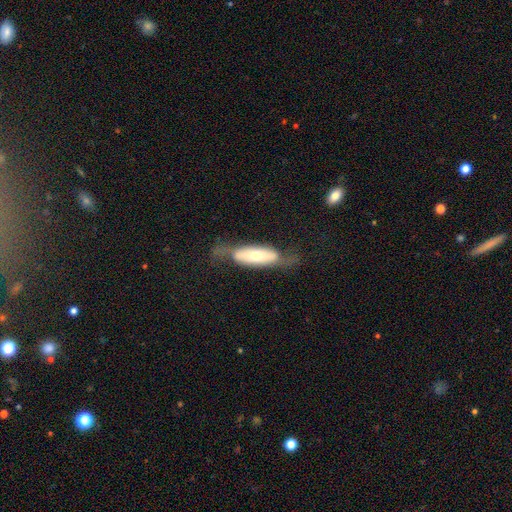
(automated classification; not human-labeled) featured or disk 53%, smooth 40%, star or artifact 6%. Down the decision tree: edge-on disk — no (70%); merging — none (55%).